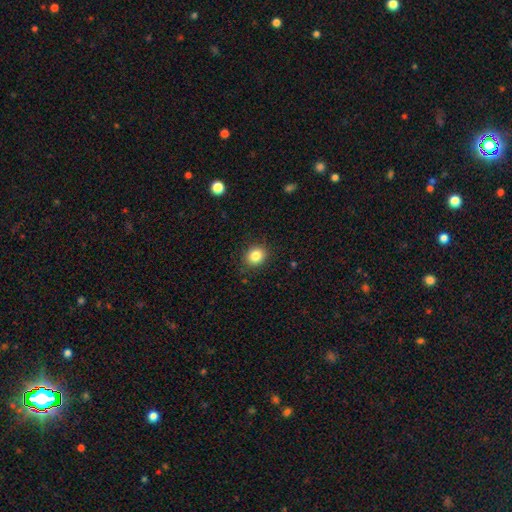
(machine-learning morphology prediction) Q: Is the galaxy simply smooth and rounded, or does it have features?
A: smooth — 84%.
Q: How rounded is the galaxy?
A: round — 74%.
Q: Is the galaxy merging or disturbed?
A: none — 88%.